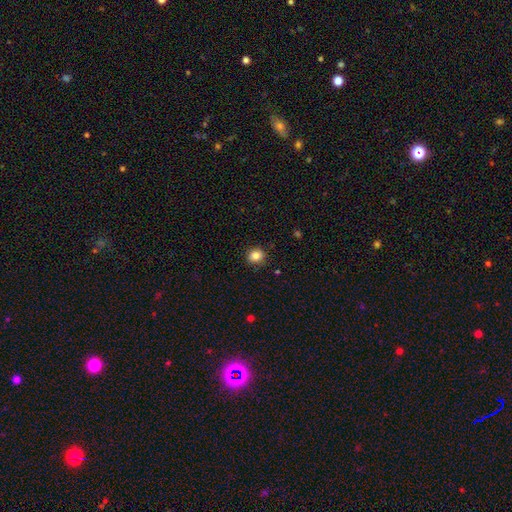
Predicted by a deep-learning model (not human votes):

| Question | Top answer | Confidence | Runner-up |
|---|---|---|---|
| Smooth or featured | smooth | 85% | star or artifact (10%) |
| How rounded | round | 74% | in between (25%) |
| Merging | none | 87% | minor disturbance (9%) |